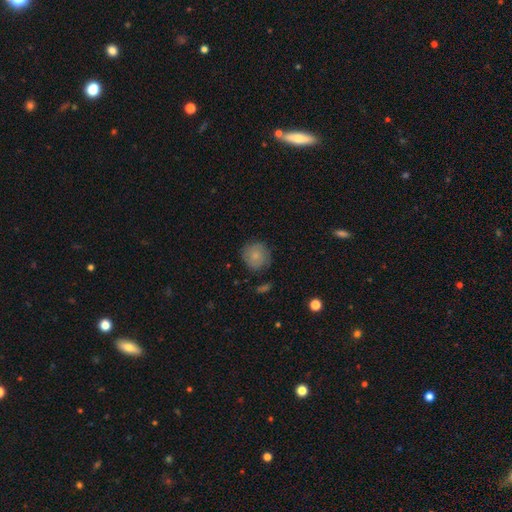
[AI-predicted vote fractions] This is likely a smooth galaxy (77%). How rounded: clearly round (90%). Merging: likely none (78%).